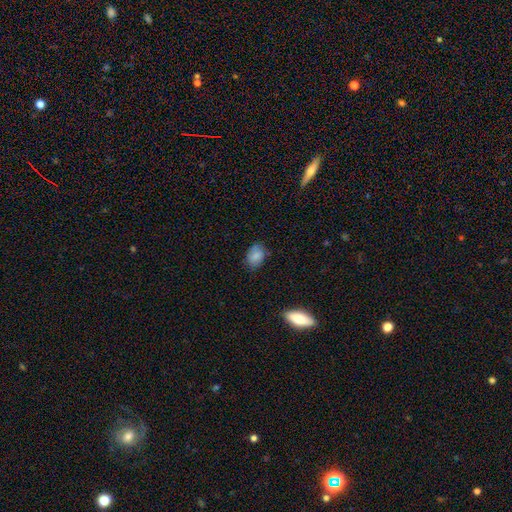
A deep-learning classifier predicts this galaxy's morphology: Smooth or featured?
  - smooth: 82% *
  - featured or disk: 9%
  - star or artifact: 9%
How rounded?
  - in between: 73% *
  - round: 25%
  - cigar-shaped: 1%
Merging?
  - none: 70% *
  - minor disturbance: 23%
  - major disturbance: 5%
  - merger: 2%